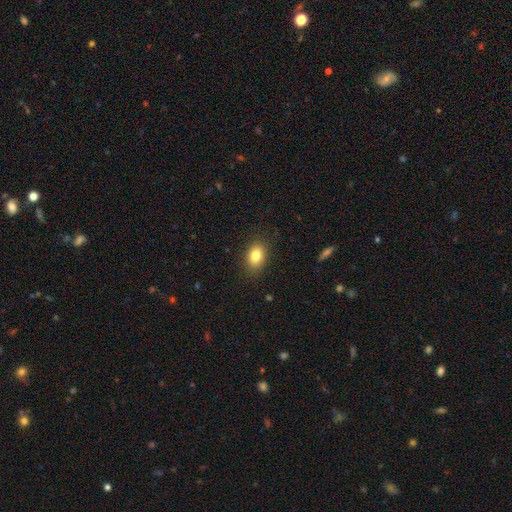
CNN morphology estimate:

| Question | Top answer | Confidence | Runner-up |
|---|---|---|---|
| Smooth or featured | smooth | 82% | star or artifact (9%) |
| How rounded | in between | 78% | round (21%) |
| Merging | none | 86% | minor disturbance (10%) |